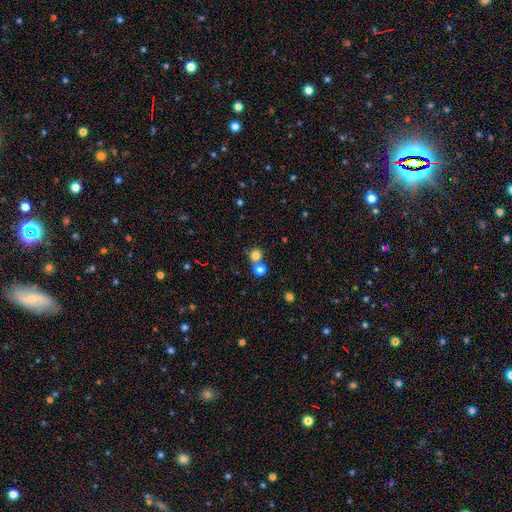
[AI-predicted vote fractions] Morphology: type=smooth (78%); roundness=round (86%); merging=none (55%).